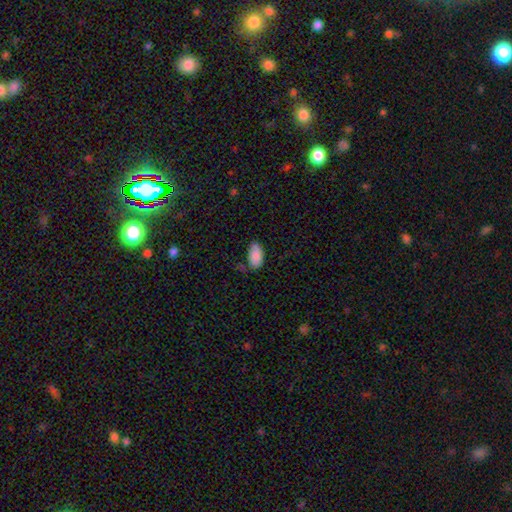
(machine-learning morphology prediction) smooth_or_featured: smooth (p=0.88) [alt: star or artifact p=0.07]
how_rounded: in between (p=0.94) [alt: round p=0.03]
merging: none (p=0.62) [alt: minor disturbance p=0.29]